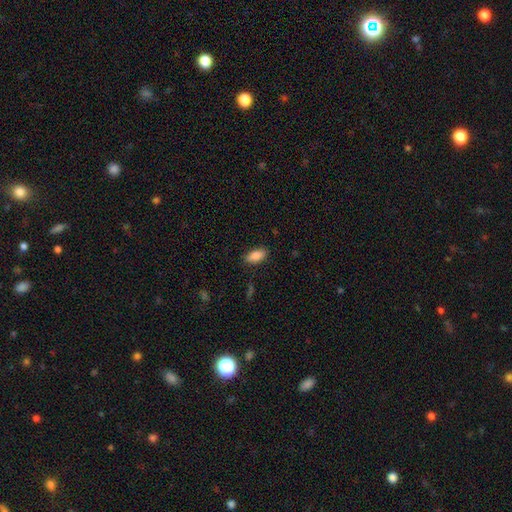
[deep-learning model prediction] The model was most divided on "merging": none: 85%, minor disturbance: 11%, major disturbance: 3%, merger: 1%. More confident: how rounded — in between (89%); smooth or featured — smooth (86%).